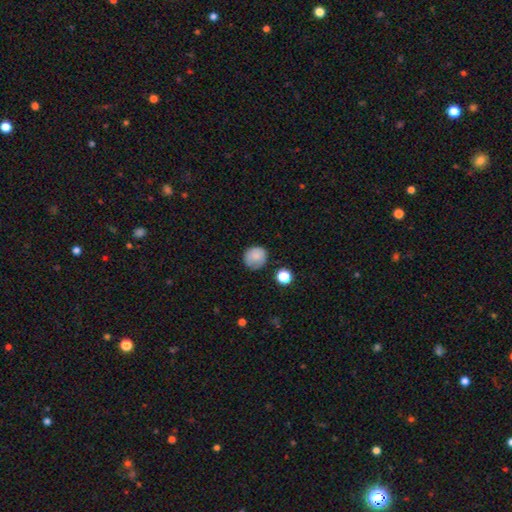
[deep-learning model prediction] The model was most divided on "merging": none: 76%, minor disturbance: 17%, major disturbance: 4%, merger: 2%. More confident: how rounded — round (85%); smooth or featured — smooth (83%).